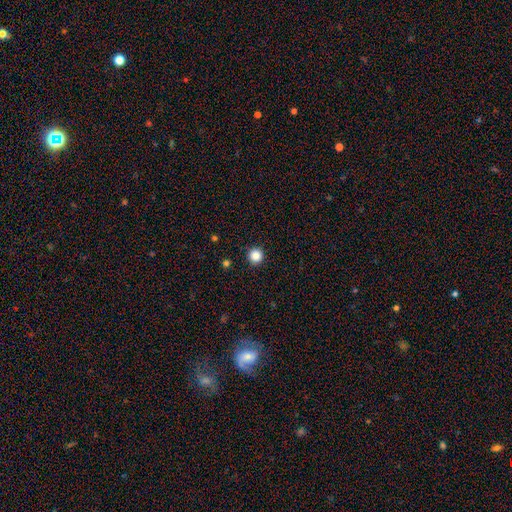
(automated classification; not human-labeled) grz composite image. It shows a smooth galaxy with no disk features (86%) that is round (96%). Merging: none (93%).